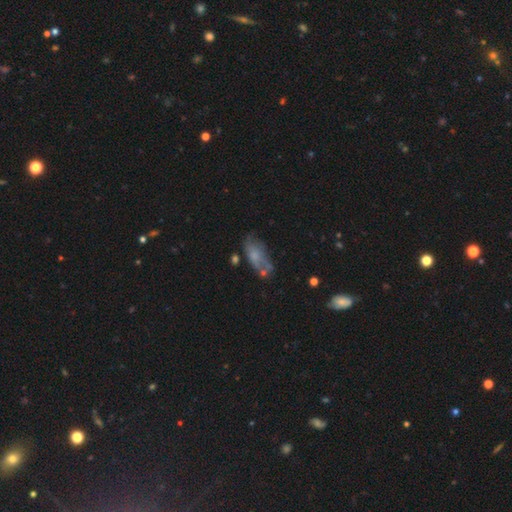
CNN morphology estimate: type=smooth (50%); roundness=in between (85%); merging=none (42%).